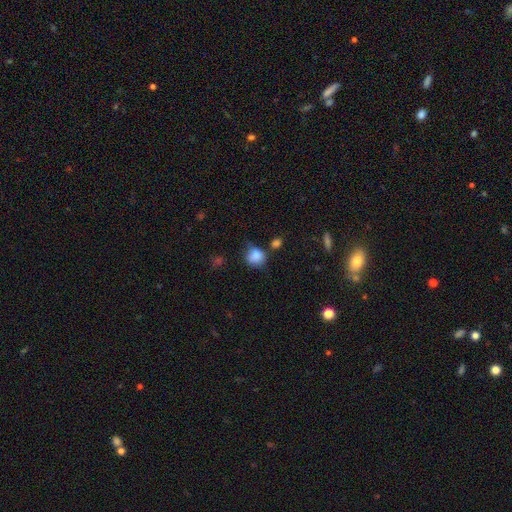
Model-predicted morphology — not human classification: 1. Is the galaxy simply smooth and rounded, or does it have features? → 84% smooth, 10% star or artifact, 6% featured or disk.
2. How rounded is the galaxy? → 73% round, 25% in between, 1% cigar-shaped.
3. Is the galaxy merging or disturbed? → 55% none, 28% minor disturbance, 9% merger, 8% major disturbance.